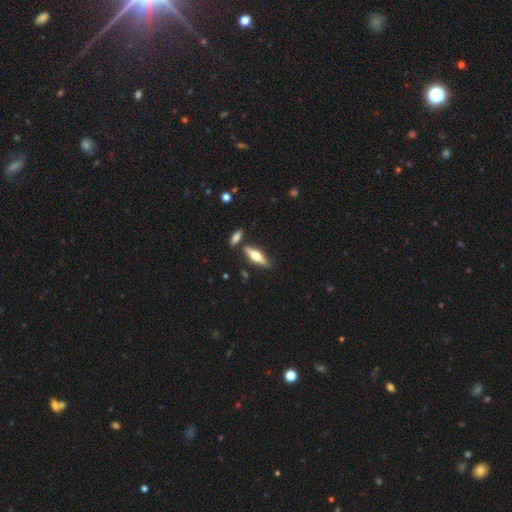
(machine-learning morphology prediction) Overall: featured or disk (54%; smooth 40%). Edge-on disk: yes (93%). Edge-on bulge: rounded (94%). Merging: none (79%).